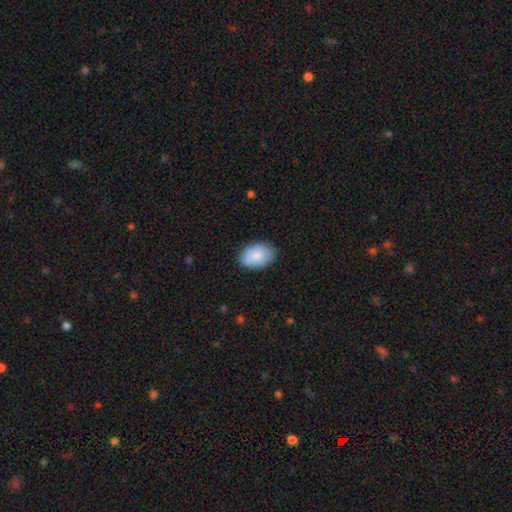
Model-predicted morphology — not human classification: Smooth or featured? Predicted: smooth (p=0.84). How rounded? Predicted: in between (p=0.84). Merging? Predicted: none (p=0.80).